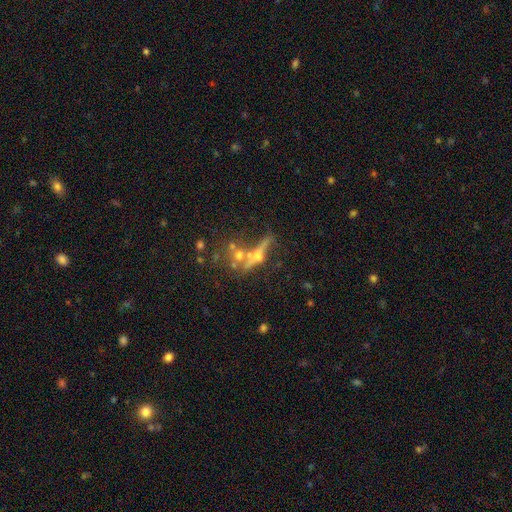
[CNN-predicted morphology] Overall: featured or disk (57%; smooth 24%). Edge-on disk: yes (56%; no 44%). Merging: none (38%; merger 33%).